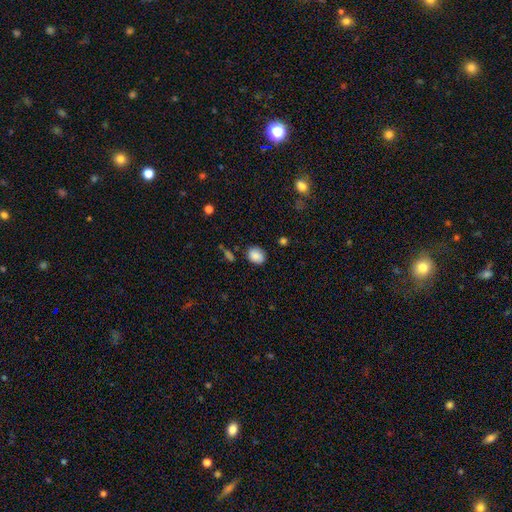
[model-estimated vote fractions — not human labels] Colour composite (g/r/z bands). It shows a smooth galaxy with no disk features (86%) that is round (55%). Merging: none (83%).